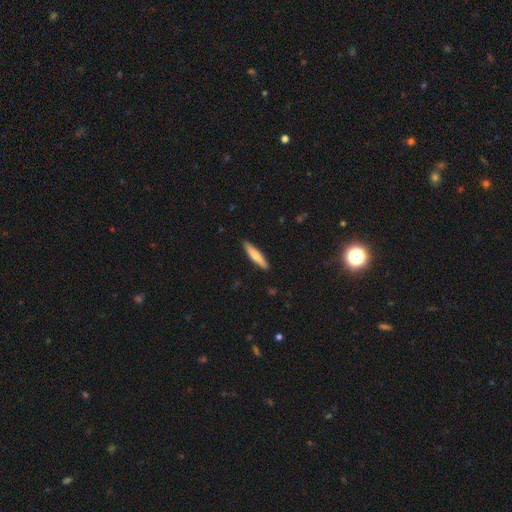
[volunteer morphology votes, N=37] smooth 70%, featured or disk 27%, star or artifact 3%. Down the decision tree: how rounded — cigar-shaped (85%); merging — none (94%).